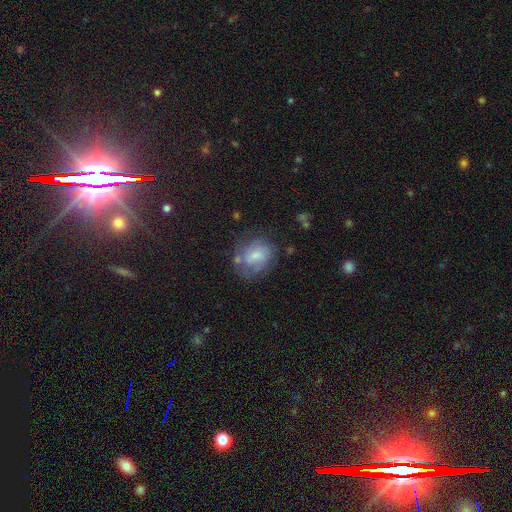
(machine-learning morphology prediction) Smooth or featured? Predicted: smooth (p=0.53). How rounded? Predicted: in between (p=0.51). Merging? Predicted: none (p=0.51).